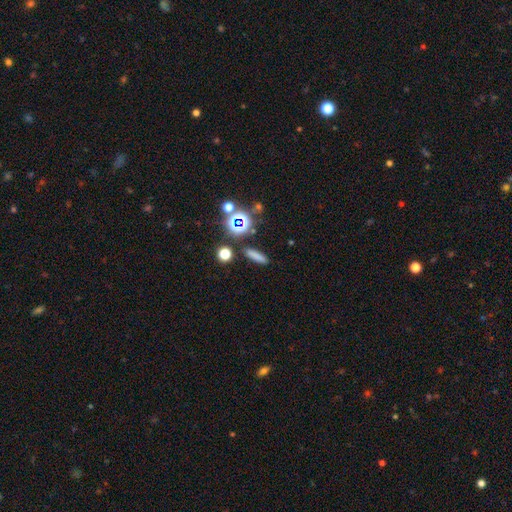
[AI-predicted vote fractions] Smooth or featured: smooth — 72% (star or artifact — 19%)
How rounded: cigar-shaped — 74% (in between — 18%)
Merging: none — 86% (minor disturbance — 7%)